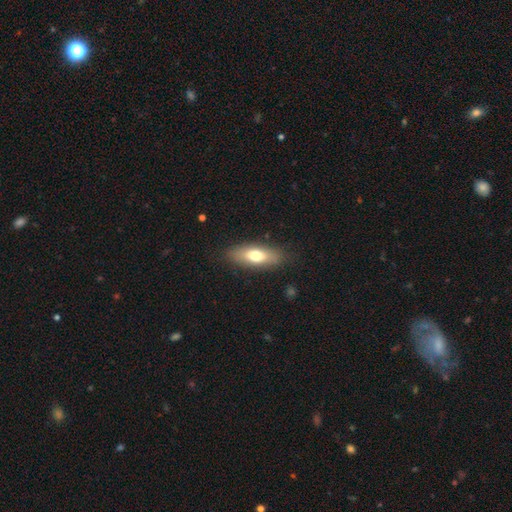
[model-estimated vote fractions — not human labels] smooth-or-featured: smooth: 70% | featured or disk: 24% | star or artifact: 7%
  how-rounded: in between: 66% | cigar-shaped: 31% | round: 3%
  merging: none: 84% | minor disturbance: 11% | major disturbance: 3% | merger: 1%